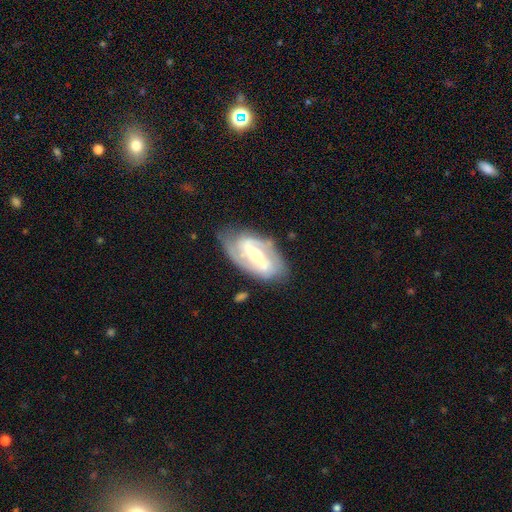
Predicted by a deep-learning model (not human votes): Smooth or featured? featured or disk (85%)
Edge-on disk? no (94%)
Bar? strong (64%)
Spiral arms? yes (92%)
Spiral winding? medium (44%)
Spiral arm count? 2 (81%)
Bulge size? moderate (53%)
Merging? none (68%)